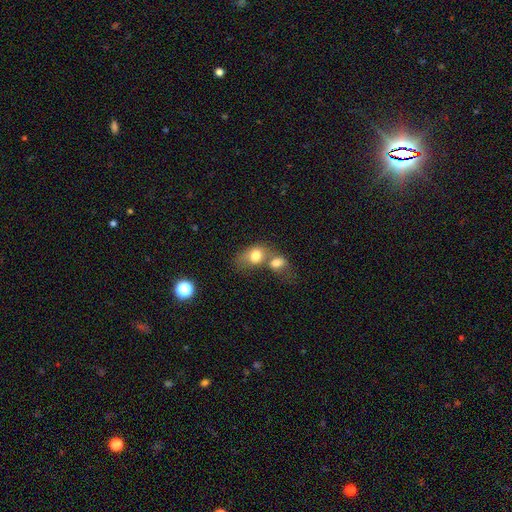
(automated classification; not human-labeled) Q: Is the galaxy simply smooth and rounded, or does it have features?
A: smooth — 78%.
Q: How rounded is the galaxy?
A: in between — 64%.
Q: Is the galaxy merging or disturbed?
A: merger — 61%.